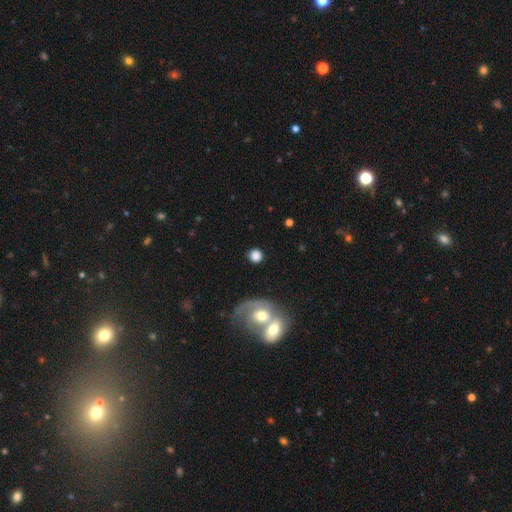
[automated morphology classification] smooth-or-featured: smooth: 75% | featured or disk: 15% | star or artifact: 10%
  how-rounded: round: 85% | in between: 14% | cigar-shaped: 2%
  merging: none: 73% | merger: 12% | minor disturbance: 9% | major disturbance: 6%